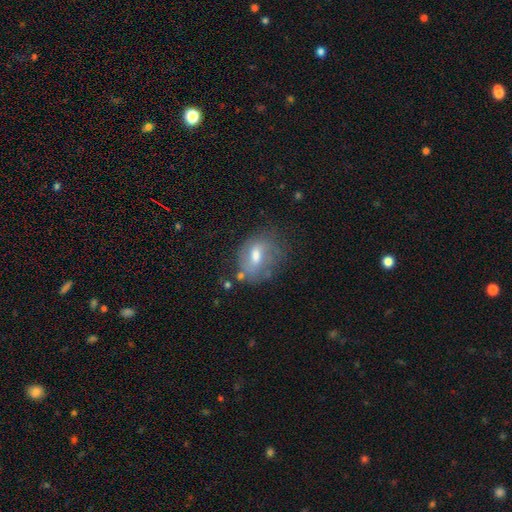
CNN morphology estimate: smooth_or_featured: smooth (p=0.45) [alt: featured or disk p=0.44]
merging: none (p=0.56) [alt: minor disturbance p=0.26]